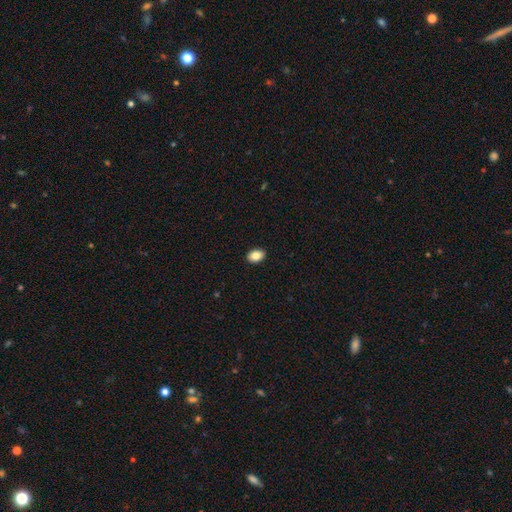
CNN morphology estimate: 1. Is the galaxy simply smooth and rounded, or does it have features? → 85% smooth, 8% star or artifact, 7% featured or disk.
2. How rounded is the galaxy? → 82% in between, 17% round, 1% cigar-shaped.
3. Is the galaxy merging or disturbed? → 91% none, 7% minor disturbance, 2% major disturbance, 1% merger.